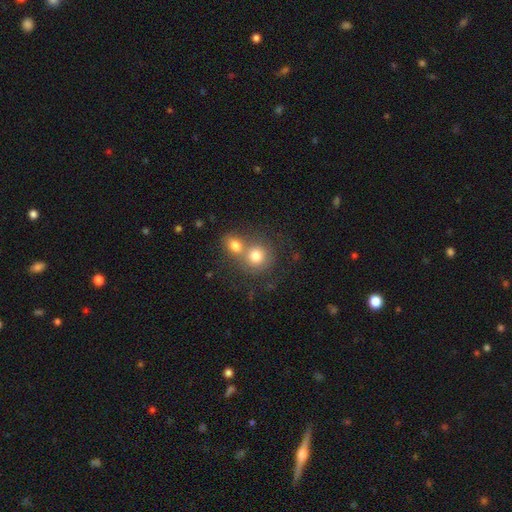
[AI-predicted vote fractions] The model was most divided on "merging": merger: 54%, none: 36%, minor disturbance: 7%, major disturbance: 3%. More confident: how rounded — round (82%); smooth or featured — smooth (76%).